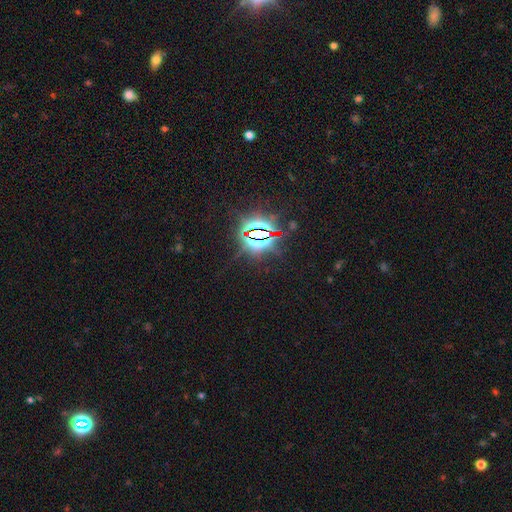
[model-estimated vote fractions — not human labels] smooth-or-featured: star or artifact: 85% | smooth: 10% | featured or disk: 6%